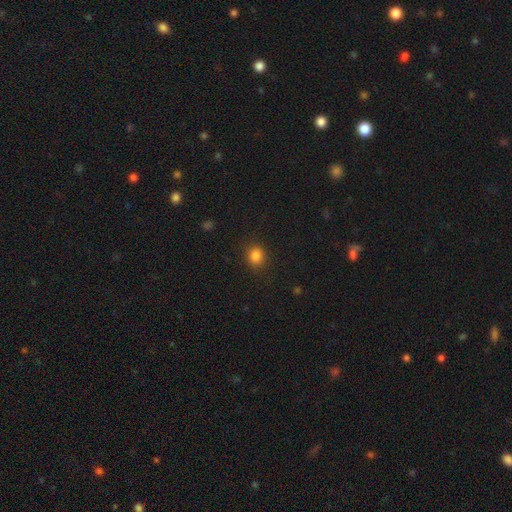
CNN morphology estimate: A smooth galaxy with no disk features (84%) that is round (70%).

Vote fractions:
- Smooth or featured? smooth: 84% / star or artifact: 12% / featured or disk: 4%
- How rounded? round: 70% / in between: 29% / cigar-shaped: 1%
- Merging? none: 85% / minor disturbance: 10% / major disturbance: 3% / merger: 1%